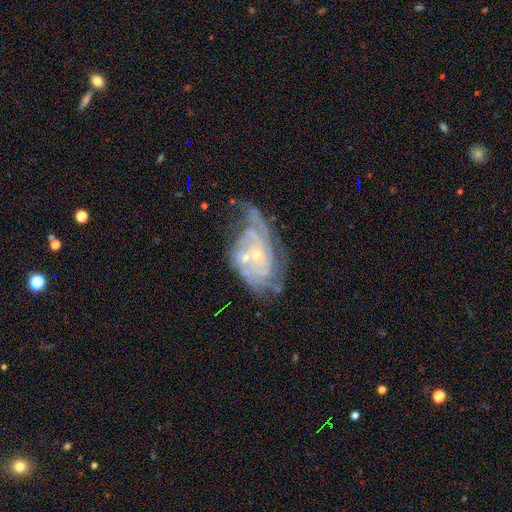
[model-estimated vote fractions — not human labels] This appears to be a featured or disk galaxy (86%) with no bar (69%), tight (59%) spiral arms (95%) and a small central bulge (79%). Merging: none (42%).